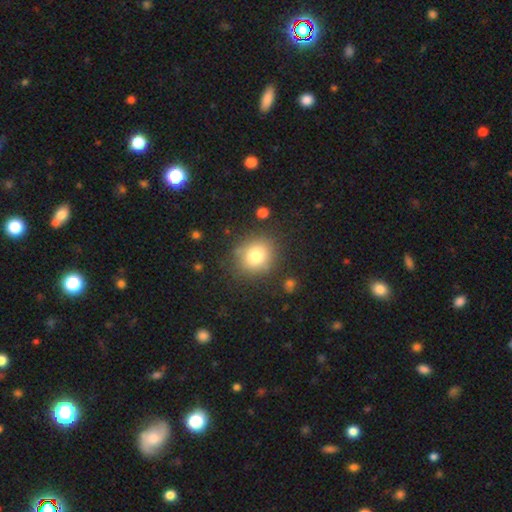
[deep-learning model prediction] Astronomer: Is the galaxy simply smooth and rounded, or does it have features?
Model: smooth — 79%.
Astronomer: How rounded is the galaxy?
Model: round — 75%.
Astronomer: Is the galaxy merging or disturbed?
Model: none — 81%.